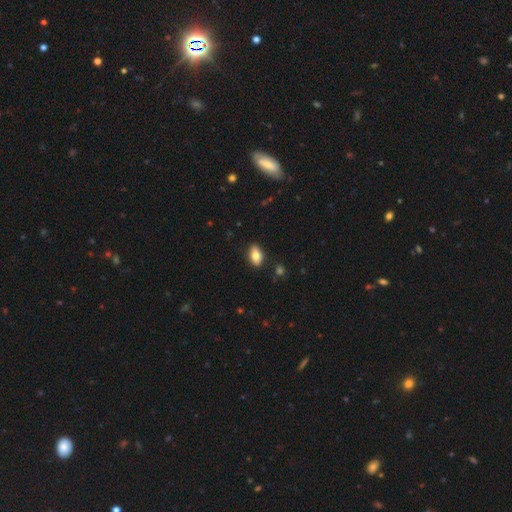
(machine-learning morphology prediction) Smooth or featured? smooth (77%)
How rounded? in between (89%)
Merging? none (86%)